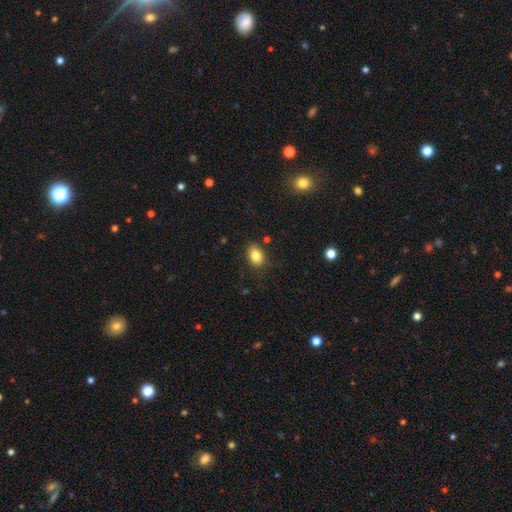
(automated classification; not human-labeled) This is clearly a smooth galaxy (83%). How rounded: likely in between (78%). Merging: likely none (80%).